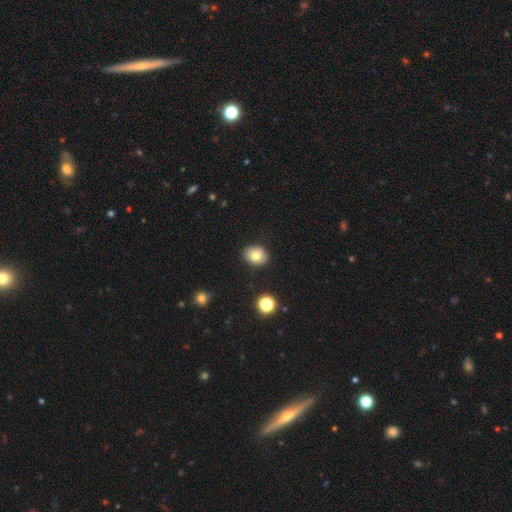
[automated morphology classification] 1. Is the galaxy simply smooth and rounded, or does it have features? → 77% smooth, 12% featured or disk, 10% star or artifact.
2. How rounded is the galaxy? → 53% in between, 46% round, 1% cigar-shaped.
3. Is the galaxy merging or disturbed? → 88% none, 9% minor disturbance, 2% major disturbance, 2% merger.